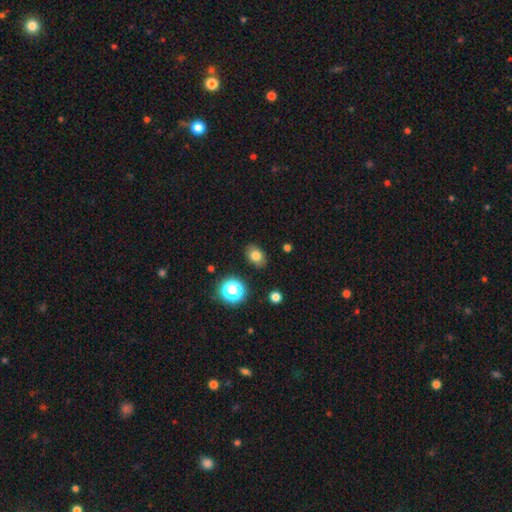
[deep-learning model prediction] Smooth or featured: smooth — 78% (star or artifact — 13%)
How rounded: in between — 72% (round — 27%)
Merging: none — 86% (minor disturbance — 10%)